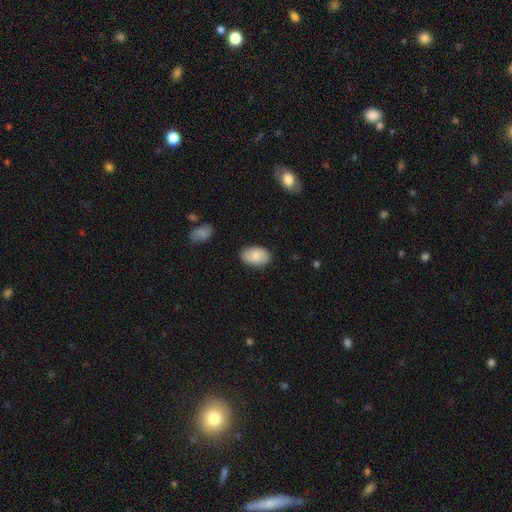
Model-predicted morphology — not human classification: A smooth galaxy with no disk features (81%) that is in between round and cigar-shaped (90%).

Vote fractions:
- Smooth or featured? smooth: 81% / featured or disk: 13% / star or artifact: 6%
- How rounded? in between: 90% / round: 9% / cigar-shaped: 1%
- Merging? none: 86% / minor disturbance: 11% / major disturbance: 2% / merger: 1%